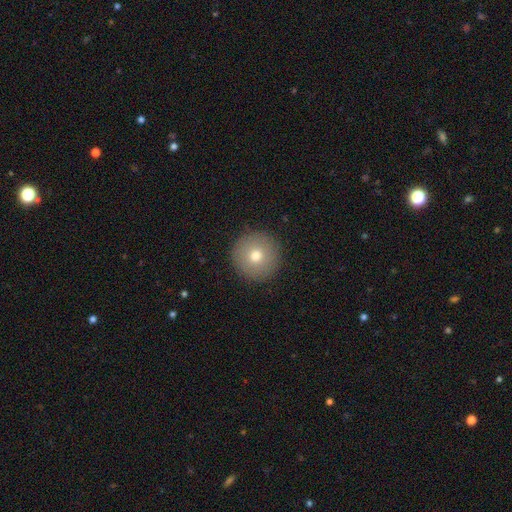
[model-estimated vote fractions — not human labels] Morphology: type=smooth (74%); roundness=round (96%); merging=none (92%).